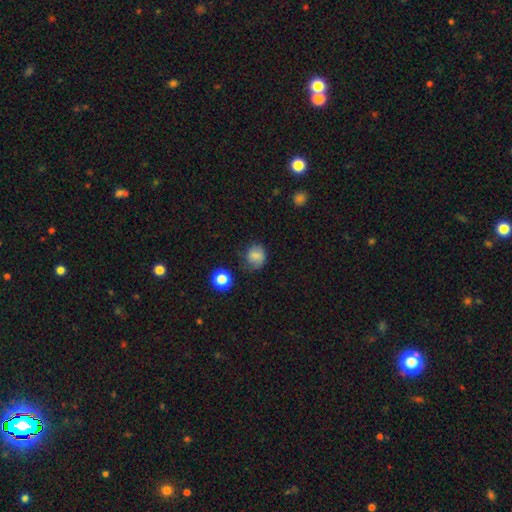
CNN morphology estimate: A smooth galaxy with no disk features (80%) that is round (77%). Merging: none (70%).